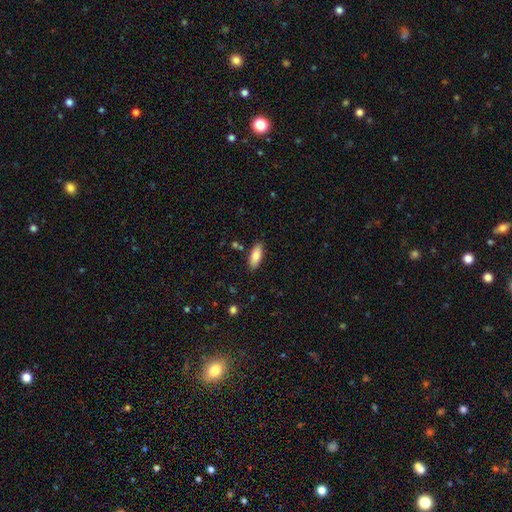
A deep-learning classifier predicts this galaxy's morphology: Smooth or featured? smooth (85%)
How rounded? in between (79%)
Merging? none (84%)